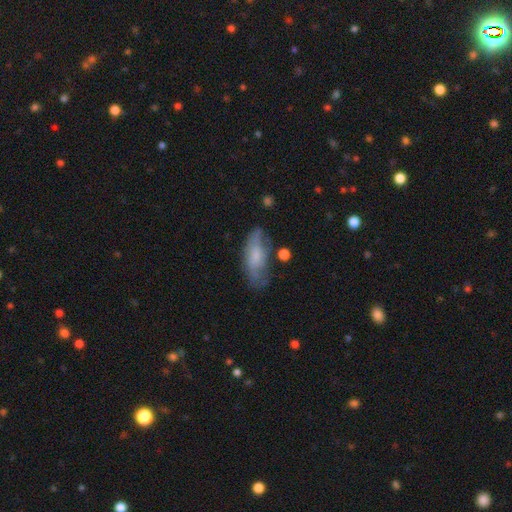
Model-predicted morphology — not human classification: The model was most divided on "smooth or featured": smooth: 57%, featured or disk: 36%, star or artifact: 8%. More confident: how rounded — in between (77%); merging — none (54%).